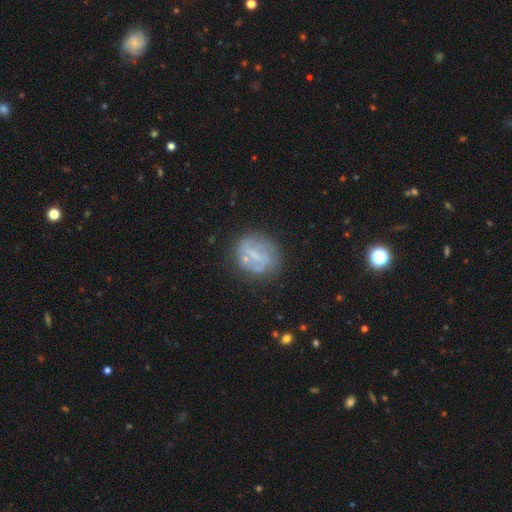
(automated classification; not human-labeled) Smooth or featured: featured or disk — 65% (smooth — 26%)
Edge-on disk: no — 97% (yes — 3%)
Bar: weak — 48% (strong — 28%)
Spiral arms: yes — 68% (no — 32%)
Bulge size: small — 48% (none — 37%)
Merging: none — 69% (minor disturbance — 18%)